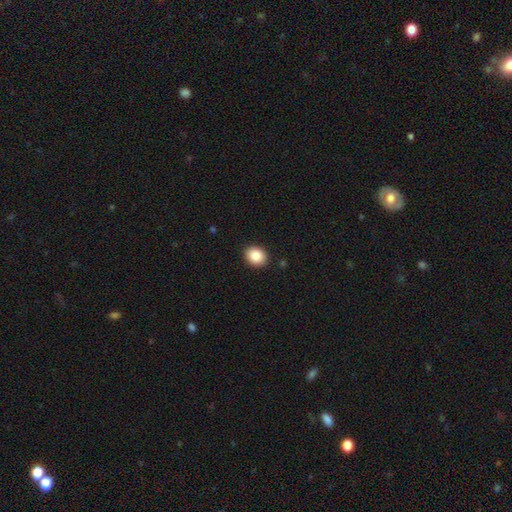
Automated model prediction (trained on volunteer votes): This is clearly a smooth galaxy (86%). How rounded: possibly round (55%). Merging: clearly none (90%).